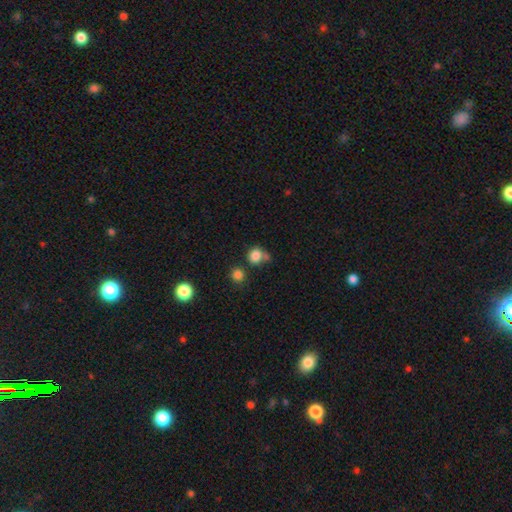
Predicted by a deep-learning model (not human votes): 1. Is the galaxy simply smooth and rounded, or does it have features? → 82% smooth, 12% star or artifact, 6% featured or disk.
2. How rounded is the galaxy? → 83% round, 16% in between, 1% cigar-shaped.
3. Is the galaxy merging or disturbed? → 56% none, 21% merger, 16% minor disturbance, 7% major disturbance.